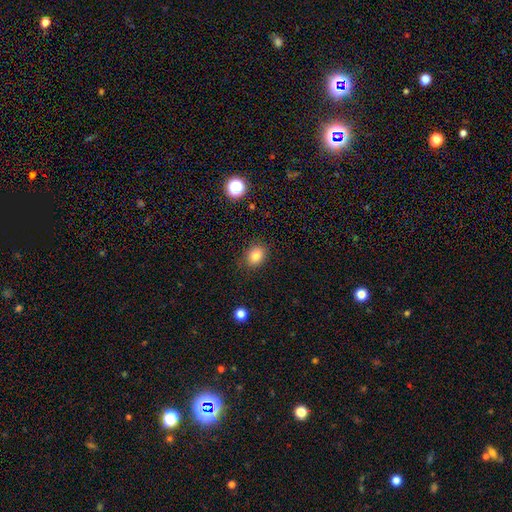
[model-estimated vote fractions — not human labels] Q: Smooth or featured?
A: smooth (83%); runner-up: star or artifact (11%)
Q: How rounded?
A: in between (55%); runner-up: round (44%)
Q: Merging?
A: none (84%); runner-up: minor disturbance (12%)